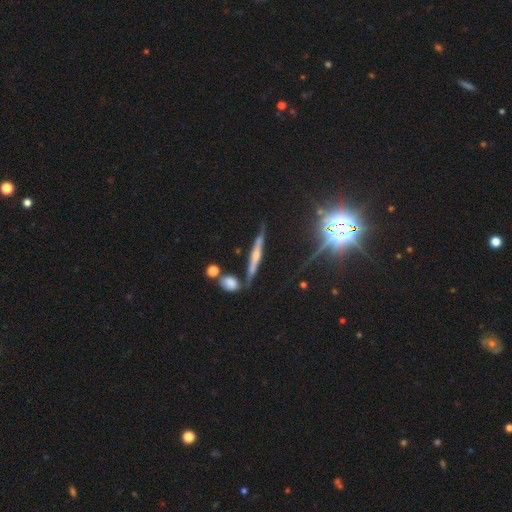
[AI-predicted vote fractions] Smooth or featured?
  - featured or disk: 58% *
  - smooth: 28%
  - star or artifact: 14%
Edge-on disk?
  - yes: 92% *
  - no: 8%
Edge-on bulge?
  - rounded: 56% *
  - none: 29%
  - boxy: 15%
Merging?
  - none: 71% *
  - minor disturbance: 17%
  - merger: 8%
  - major disturbance: 4%